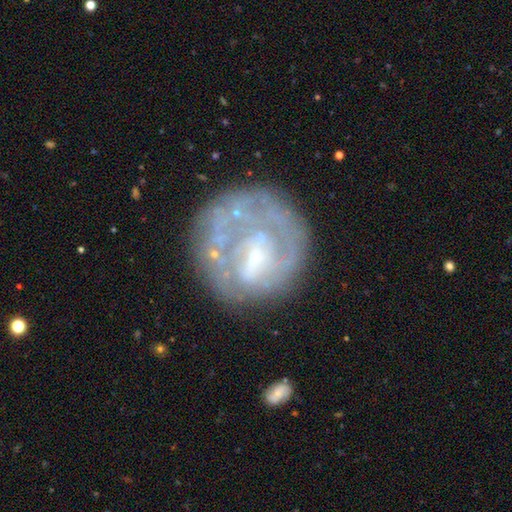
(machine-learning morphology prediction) type=featured or disk (68%); edge-on=no (97%); bar=no (43%); spiral arms=no (54%); bulge=small (48%); merging=none (60%).